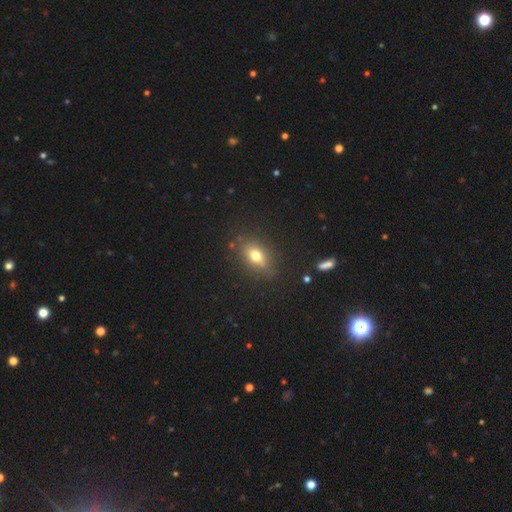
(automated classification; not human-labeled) Smooth or featured? smooth (71%)
How rounded? in between (71%)
Merging? none (81%)